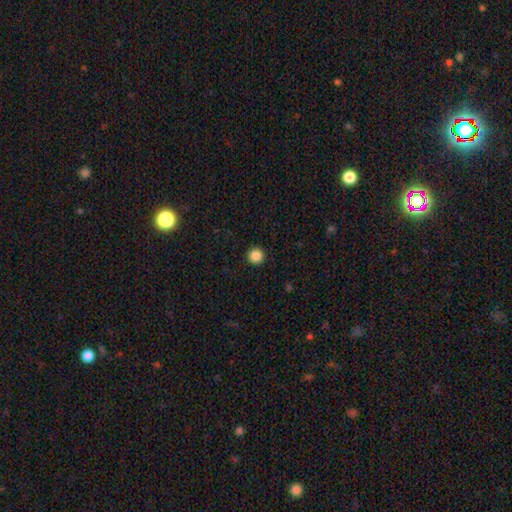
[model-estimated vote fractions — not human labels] smooth_or_featured: smooth (p=0.86) [alt: star or artifact p=0.11]
how_rounded: round (p=0.96) [alt: in between p=0.03]
merging: none (p=0.93) [alt: minor disturbance p=0.04]